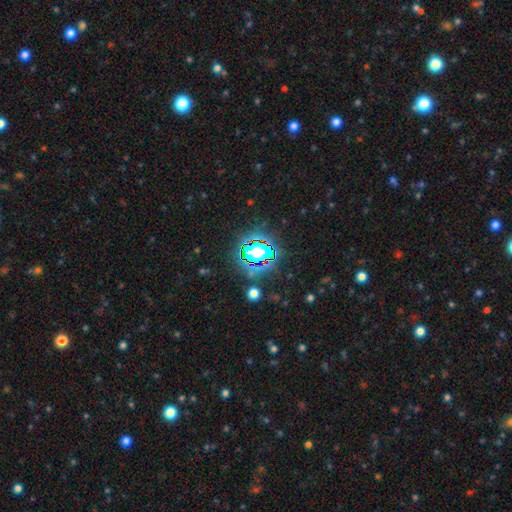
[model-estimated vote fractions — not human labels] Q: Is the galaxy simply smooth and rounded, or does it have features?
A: star or artifact — 79%.